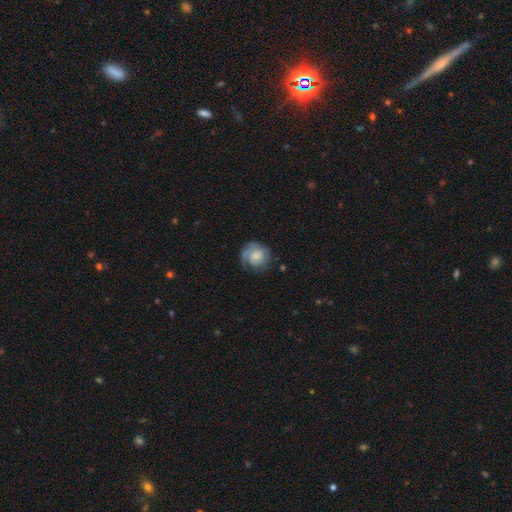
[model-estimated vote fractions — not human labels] Smooth or featured? Predicted: featured or disk (p=0.55). Edge-on disk? Predicted: no (p=0.98). Bar? Predicted: no (p=0.75). Spiral arms? Predicted: yes (p=0.84). Bulge size? Predicted: moderate (p=0.39). Merging? Predicted: none (p=0.70).